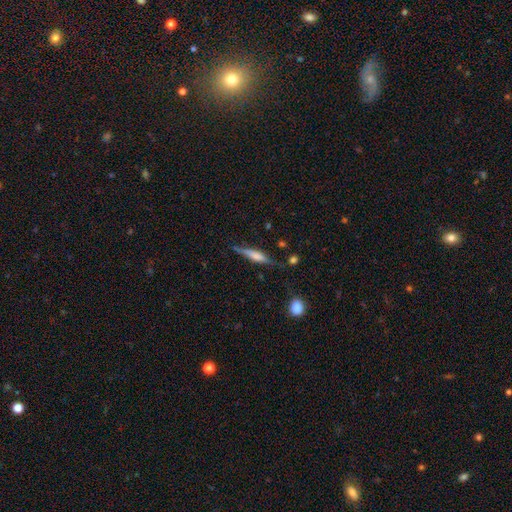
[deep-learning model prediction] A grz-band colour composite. It shows a featured or disk galaxy (53%) viewed edge-on (94%). Merging: none (73%).